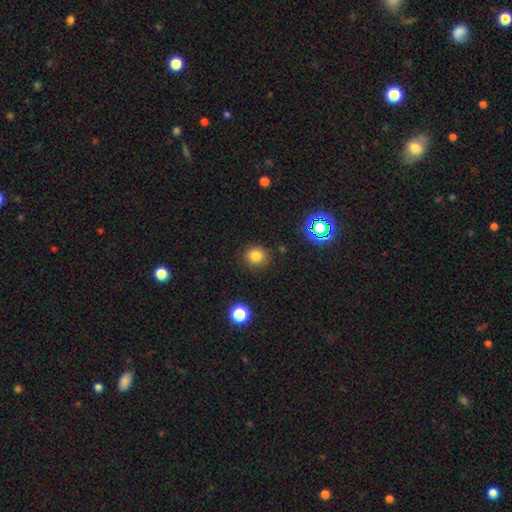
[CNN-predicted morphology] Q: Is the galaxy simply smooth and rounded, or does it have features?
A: smooth — 79%.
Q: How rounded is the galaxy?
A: round — 85%.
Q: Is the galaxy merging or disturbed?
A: none — 88%.